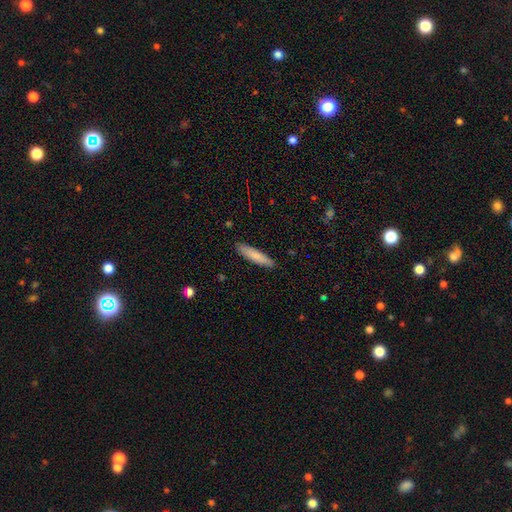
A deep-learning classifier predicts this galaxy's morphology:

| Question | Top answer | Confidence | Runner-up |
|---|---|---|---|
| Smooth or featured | smooth | 77% | featured or disk (17%) |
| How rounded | cigar-shaped | 80% | in between (18%) |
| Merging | none | 87% | minor disturbance (10%) |